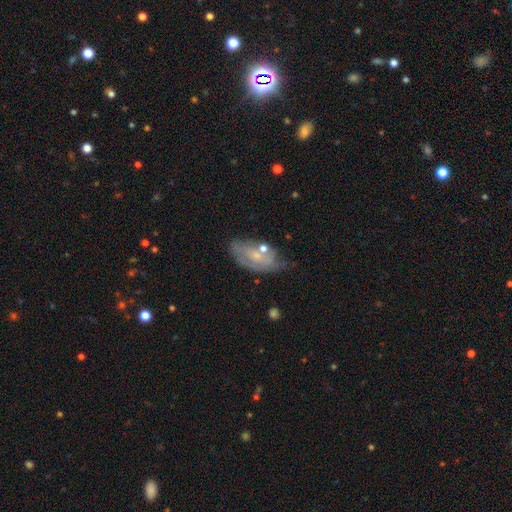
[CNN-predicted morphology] A featured or disk galaxy (54%). Merging: none (53%).